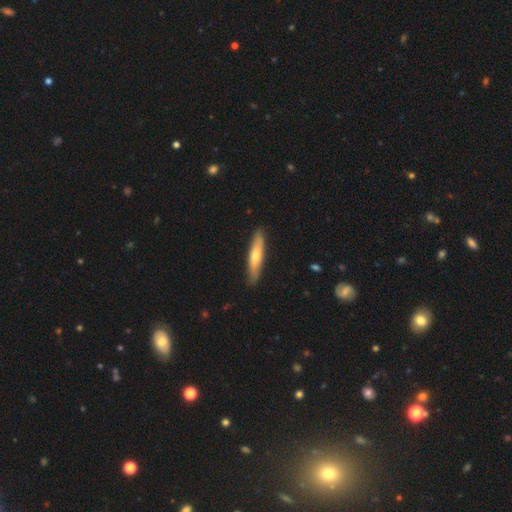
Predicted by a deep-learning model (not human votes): Overall: smooth (56%; featured or disk 39%). How rounded: cigar-shaped (84%). Merging: none (88%).